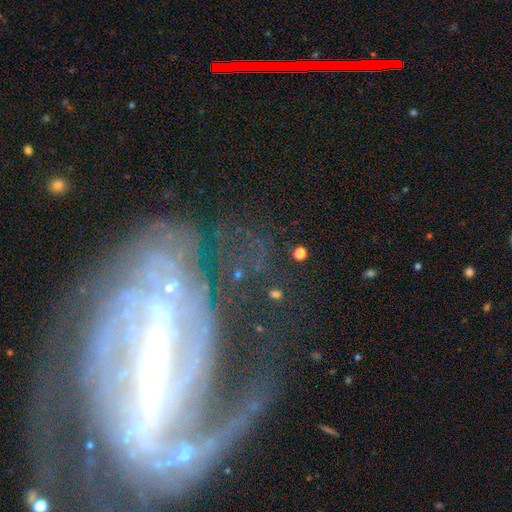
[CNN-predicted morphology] Smooth or featured? featured or disk (86%)
Edge-on disk? no (92%)
Bar? strong (78%)
Spiral arms? yes (89%)
Spiral winding? tight (38%)
Spiral arm count? 2 (44%)
Bulge size? small (55%)
Merging? none (42%)